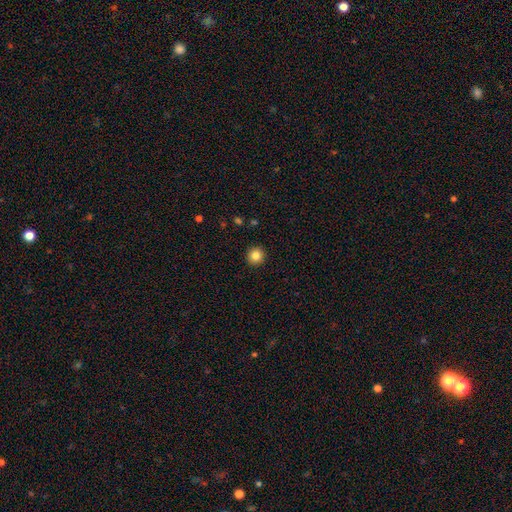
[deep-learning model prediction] Morphology: type=smooth (84%); roundness=round (92%); merging=none (93%).